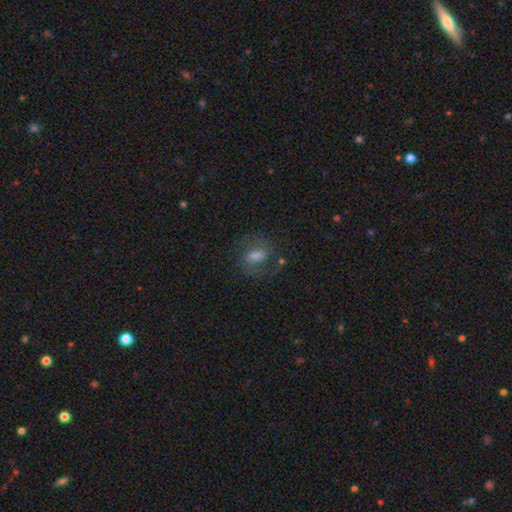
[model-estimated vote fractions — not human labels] Q: Smooth or featured?
A: smooth (46%); runner-up: featured or disk (37%)
Q: Merging?
A: none (68%); runner-up: minor disturbance (17%)